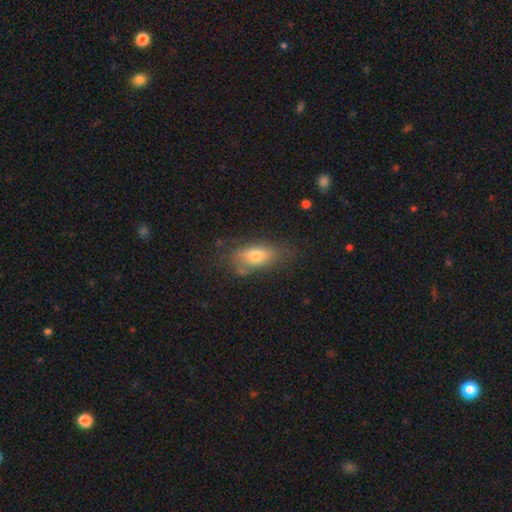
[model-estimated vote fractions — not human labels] Smooth or featured? smooth (71%)
How rounded? in between (83%)
Merging? none (61%)